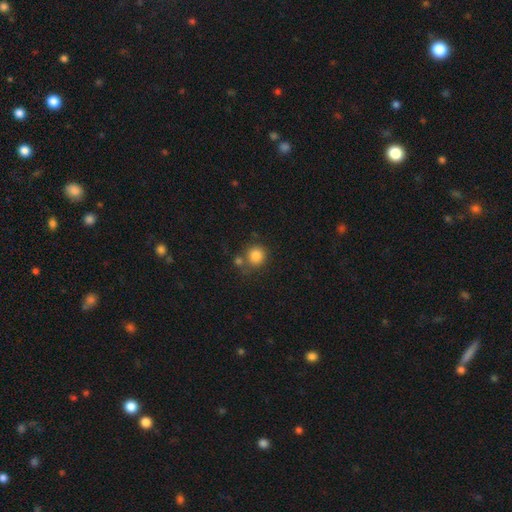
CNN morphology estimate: A smooth galaxy with no disk features (84%) that is round (90%).

Vote fractions:
- Smooth or featured? smooth: 84% / star or artifact: 10% / featured or disk: 6%
- How rounded? round: 90% / in between: 9% / cigar-shaped: 1%
- Merging? none: 64% / merger: 20% / minor disturbance: 11% / major disturbance: 4%